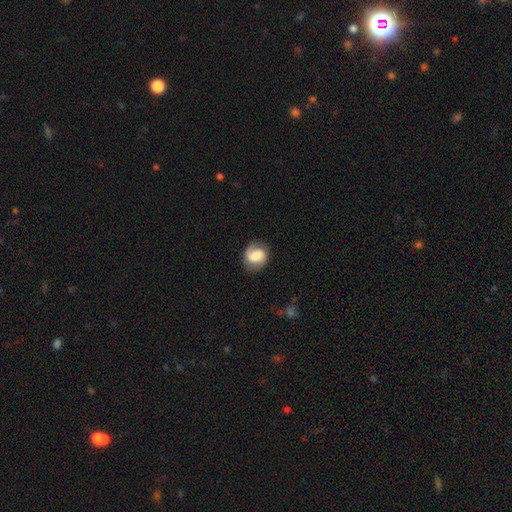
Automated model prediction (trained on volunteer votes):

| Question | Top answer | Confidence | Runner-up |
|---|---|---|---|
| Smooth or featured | smooth | 56% | featured or disk (36%) |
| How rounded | round | 65% | in between (34%) |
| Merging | none | 70% | minor disturbance (20%) |